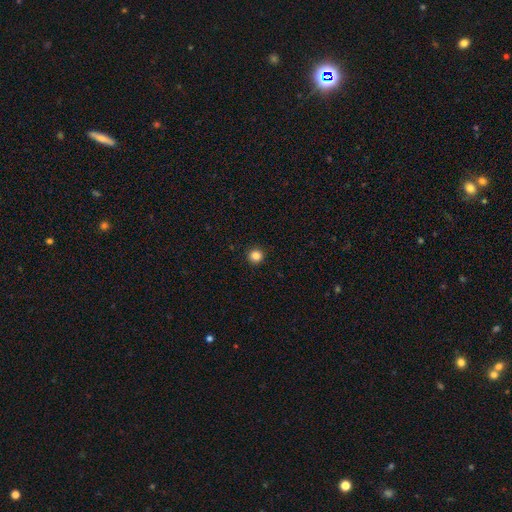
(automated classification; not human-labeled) Smooth or featured: smooth — 85% (star or artifact — 11%)
How rounded: round — 95% (in between — 4%)
Merging: none — 94% (minor disturbance — 4%)